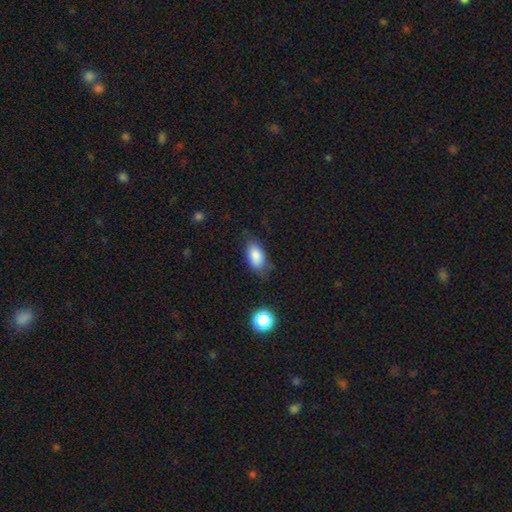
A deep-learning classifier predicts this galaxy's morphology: Smooth or featured? smooth (85%)
How rounded? in between (92%)
Merging? none (72%)